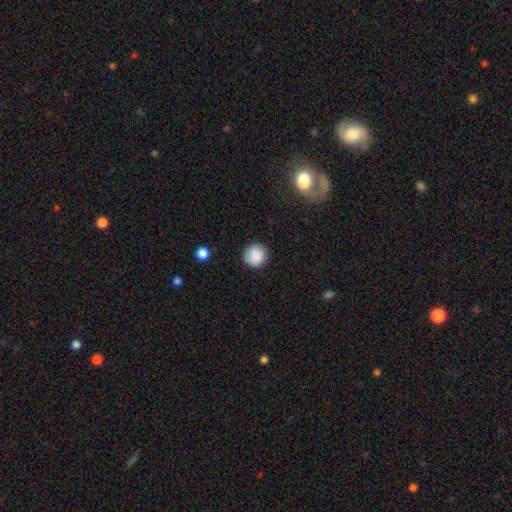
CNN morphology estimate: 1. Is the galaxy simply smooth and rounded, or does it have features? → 85% smooth, 8% star or artifact, 7% featured or disk.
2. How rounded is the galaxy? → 93% round, 6% in between, 1% cigar-shaped.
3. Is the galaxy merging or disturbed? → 88% none, 9% minor disturbance, 2% major disturbance, 1% merger.